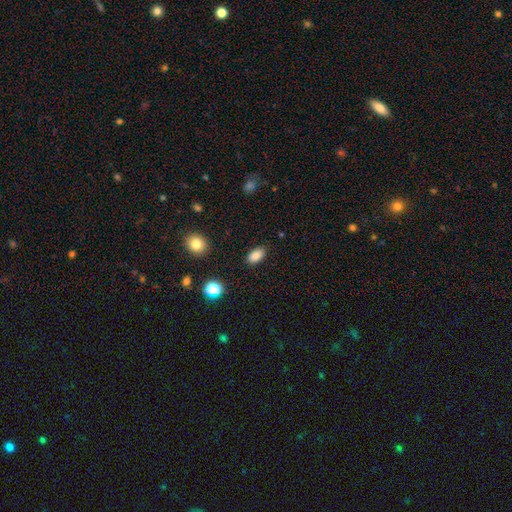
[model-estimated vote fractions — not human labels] smooth-or-featured: smooth: 84% | star or artifact: 10% | featured or disk: 6%
  how-rounded: in between: 91% | round: 7% | cigar-shaped: 2%
  merging: none: 88% | minor disturbance: 9% | major disturbance: 2% | merger: 1%